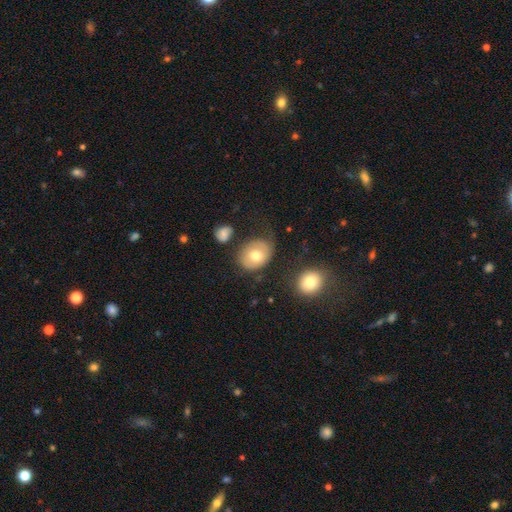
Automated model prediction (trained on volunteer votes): This is likely a smooth galaxy (67%). How rounded: possibly in between (53%). Merging: possibly none (59%).